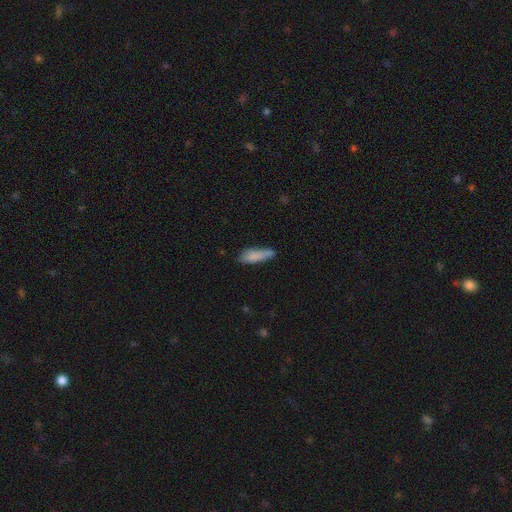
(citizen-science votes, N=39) Morphology: type=smooth (92%); roundness=cigar-shaped (64%); merging=none (59%).